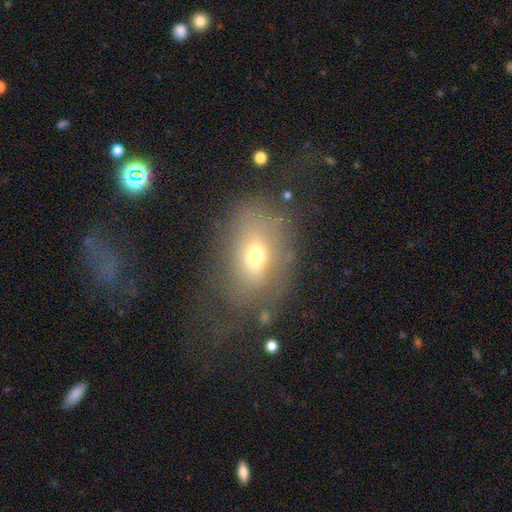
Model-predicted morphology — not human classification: Smooth or featured: smooth — 59% (featured or disk — 27%)
How rounded: in between — 73% (round — 24%)
Merging: none — 48% (major disturbance — 26%)